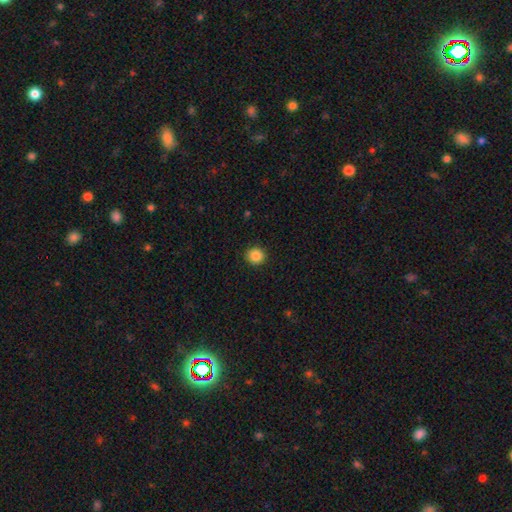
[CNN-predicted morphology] Smooth or featured?
  - smooth: 86% *
  - star or artifact: 10%
  - featured or disk: 4%
How rounded?
  - round: 90% *
  - in between: 9%
  - cigar-shaped: 1%
Merging?
  - none: 92% *
  - minor disturbance: 5%
  - major disturbance: 2%
  - merger: 1%